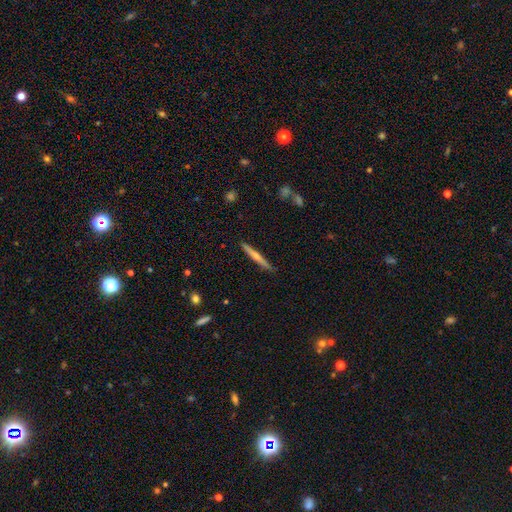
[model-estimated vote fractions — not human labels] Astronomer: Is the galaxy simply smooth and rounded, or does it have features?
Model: featured or disk — 59% (runner-up: smooth, 35%).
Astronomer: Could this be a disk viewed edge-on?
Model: yes — 98%.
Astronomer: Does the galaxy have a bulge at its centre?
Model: rounded — 69%.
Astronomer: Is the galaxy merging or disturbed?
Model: none — 90%.